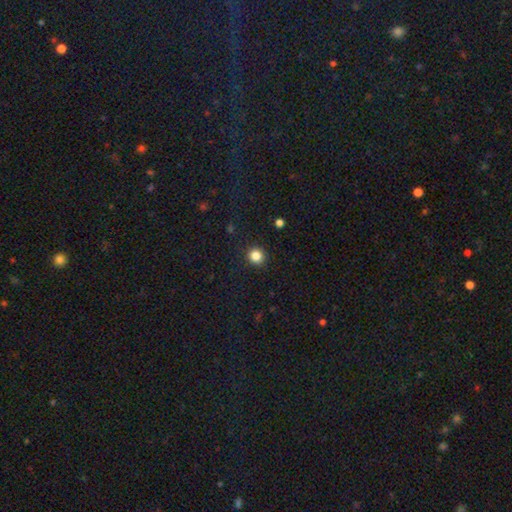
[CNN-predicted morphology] The model was most divided on "smooth or featured": smooth: 84%, star or artifact: 11%, featured or disk: 4%. More confident: merging — none (92%); how rounded — round (91%).